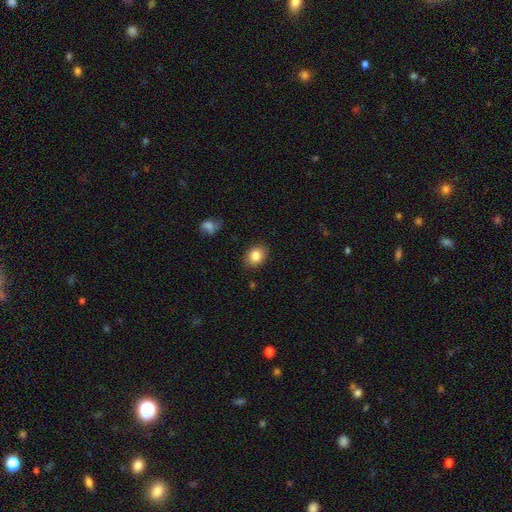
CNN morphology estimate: A smooth galaxy with no disk features (84%) that is in between round and cigar-shaped (58%).

Vote fractions:
- Smooth or featured? smooth: 84% / star or artifact: 9% / featured or disk: 7%
- How rounded? in between: 58% / round: 41% / cigar-shaped: 1%
- Merging? none: 87% / minor disturbance: 9% / major disturbance: 2% / merger: 1%